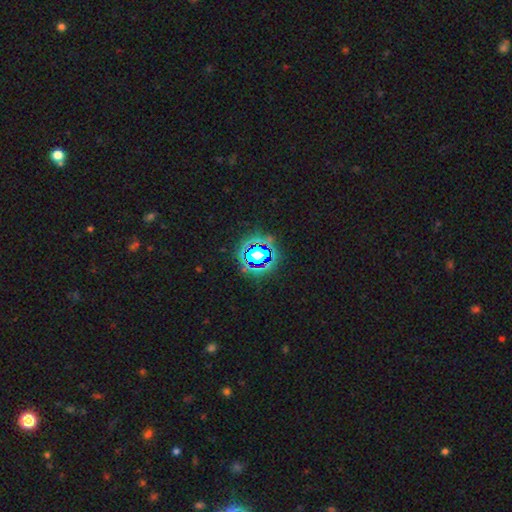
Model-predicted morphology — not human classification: smooth-or-featured: star or artifact: 64% | smooth: 22% | featured or disk: 14%